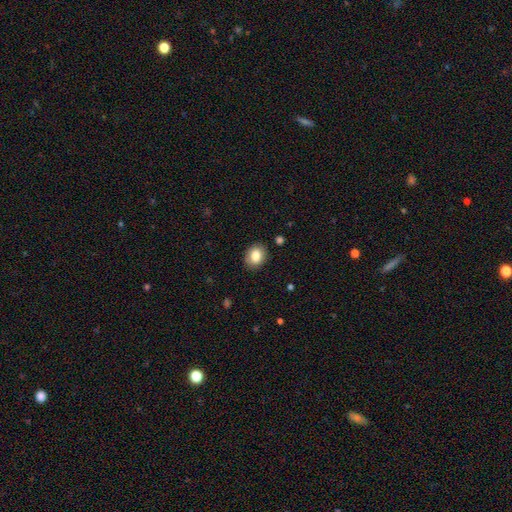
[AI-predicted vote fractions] Overall: smooth (83%). How rounded: in between (51%; round 48%). Merging: none (87%).